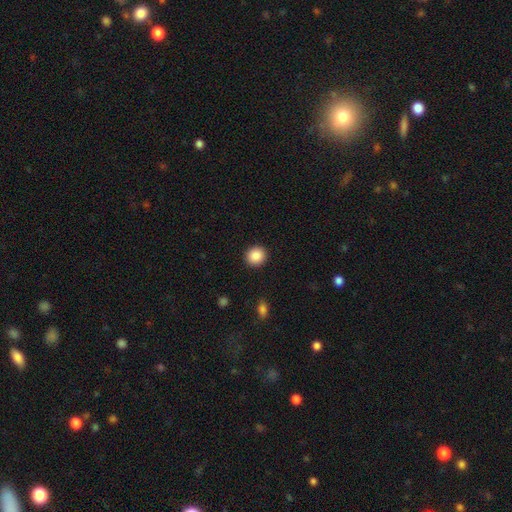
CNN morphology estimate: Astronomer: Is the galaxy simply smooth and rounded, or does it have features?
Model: smooth — 88%.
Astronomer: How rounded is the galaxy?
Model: round — 90%.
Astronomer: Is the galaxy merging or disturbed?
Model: none — 92%.